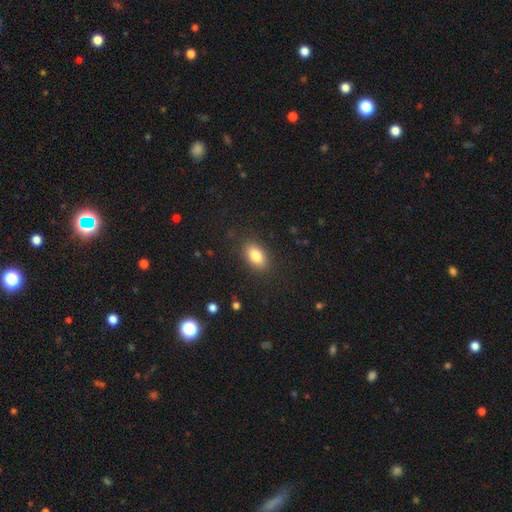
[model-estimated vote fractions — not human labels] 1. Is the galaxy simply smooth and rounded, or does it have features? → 82% smooth, 9% featured or disk, 8% star or artifact.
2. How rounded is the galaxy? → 87% in between, 10% round, 3% cigar-shaped.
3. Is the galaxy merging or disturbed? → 86% none, 10% minor disturbance, 3% major disturbance, 1% merger.